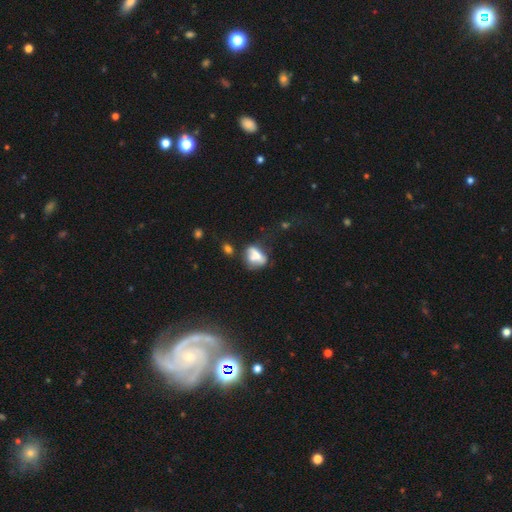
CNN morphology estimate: type=smooth (54%); roundness=in between (67%); merging=none (32%).